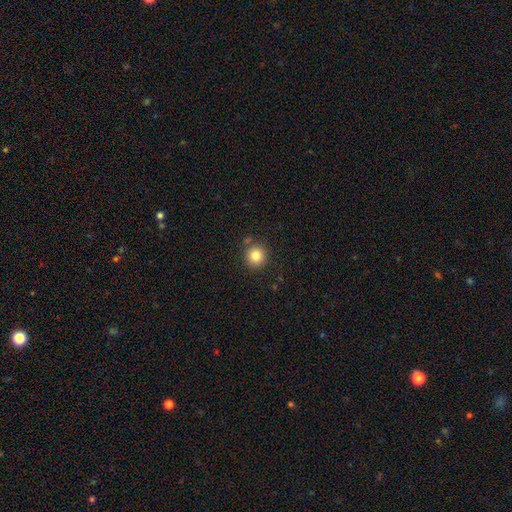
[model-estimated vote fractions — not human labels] This appears to be a smooth galaxy with no disk features (83%) that is round (92%). Merging: none (84%).